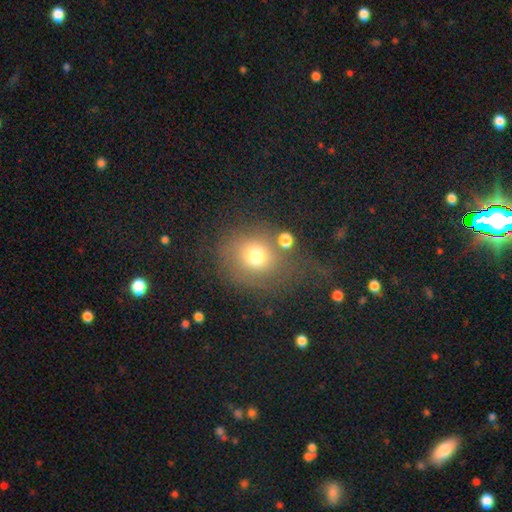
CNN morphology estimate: type=smooth (70%); roundness=round (76%); merging=none (55%).